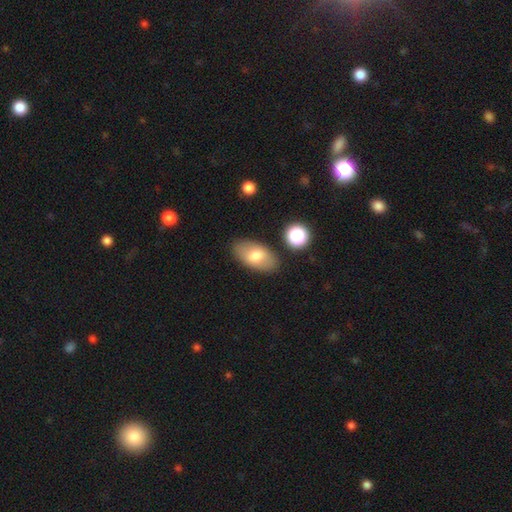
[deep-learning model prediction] A smooth galaxy with no disk features (70%) that is in between round and cigar-shaped (93%).

Vote fractions:
- Smooth or featured? smooth: 70% / featured or disk: 23% / star or artifact: 7%
- How rounded? in between: 93% / round: 5% / cigar-shaped: 2%
- Merging? none: 82% / minor disturbance: 11% / merger: 3% / major disturbance: 3%